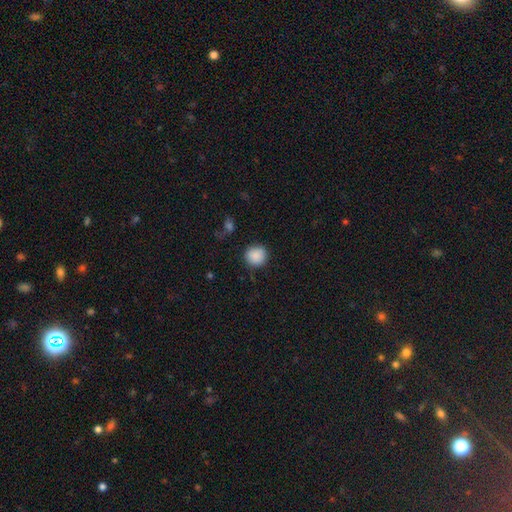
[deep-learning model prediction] Morphology: type=smooth (88%); roundness=round (90%); merging=none (85%).